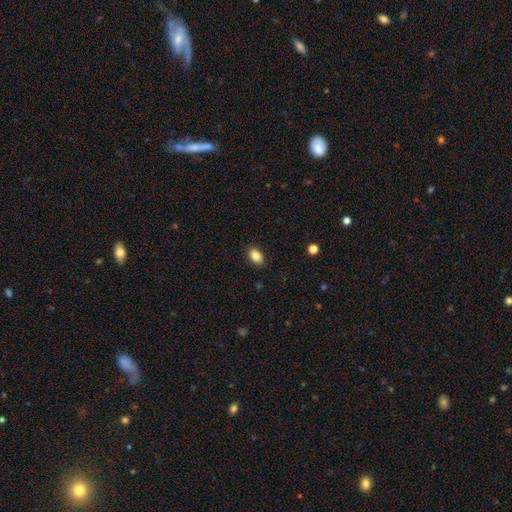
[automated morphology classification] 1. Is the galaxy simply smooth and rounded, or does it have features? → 87% smooth, 8% star or artifact, 5% featured or disk.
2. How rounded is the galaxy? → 85% in between, 13% round, 1% cigar-shaped.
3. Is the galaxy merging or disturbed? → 88% none, 8% minor disturbance, 2% major disturbance, 1% merger.